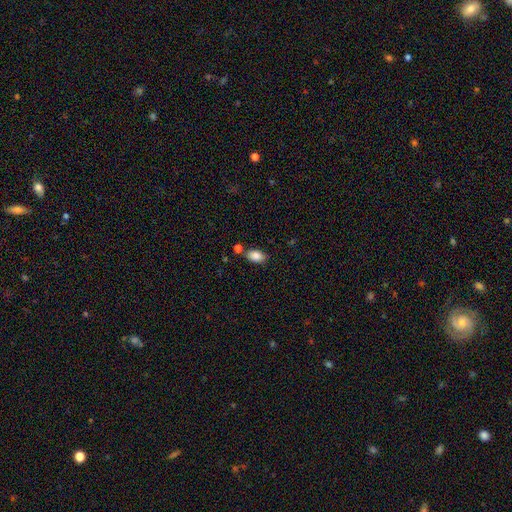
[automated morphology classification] Smooth or featured? smooth (86%)
How rounded? in between (91%)
Merging? none (76%)